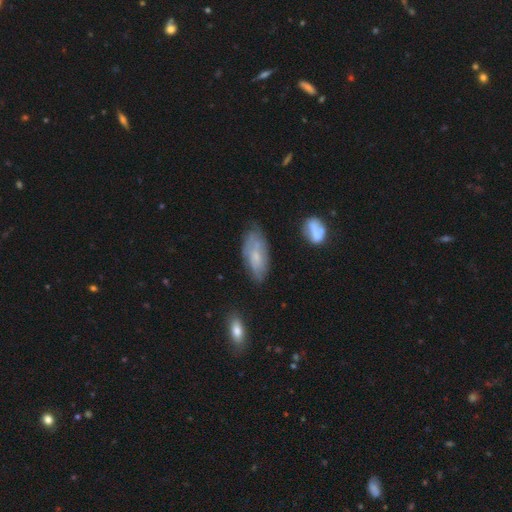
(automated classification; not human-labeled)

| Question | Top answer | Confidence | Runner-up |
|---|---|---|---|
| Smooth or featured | smooth | 53% | featured or disk (40%) |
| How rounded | in between | 86% | cigar-shaped (12%) |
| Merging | none | 63% | minor disturbance (27%) |